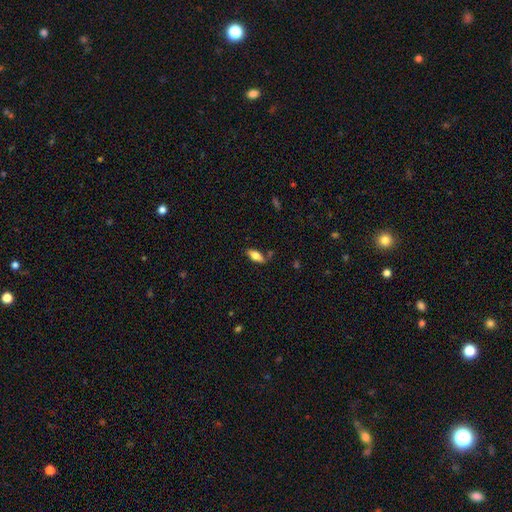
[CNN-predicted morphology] This is likely a smooth galaxy (75%). How rounded: likely in between (80%). Merging: likely none (71%).